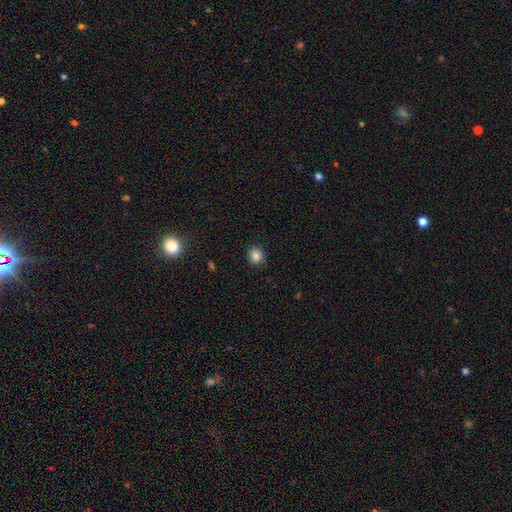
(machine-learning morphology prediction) Smooth or featured? Predicted: smooth (p=0.84). How rounded? Predicted: round (p=0.84). Merging? Predicted: none (p=0.89).